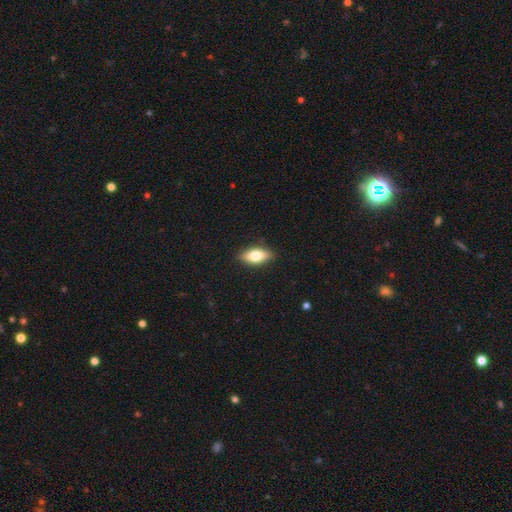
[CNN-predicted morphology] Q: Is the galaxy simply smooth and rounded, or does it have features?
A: smooth — 71%.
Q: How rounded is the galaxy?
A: in between — 84%.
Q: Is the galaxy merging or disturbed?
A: none — 88%.